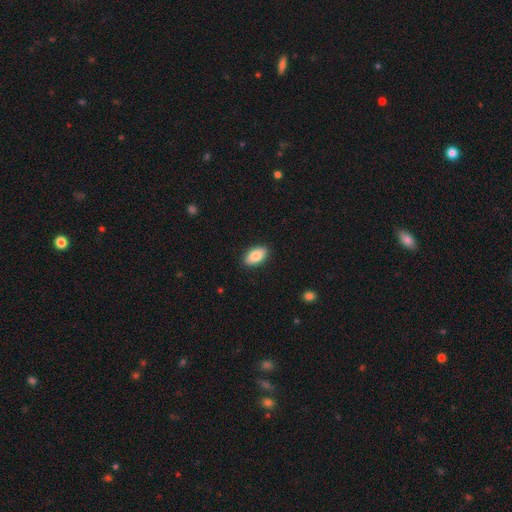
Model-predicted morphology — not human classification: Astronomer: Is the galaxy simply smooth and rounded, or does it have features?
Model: smooth — 86%.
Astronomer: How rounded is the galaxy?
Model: in between — 93%.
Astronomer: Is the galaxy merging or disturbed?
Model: none — 90%.